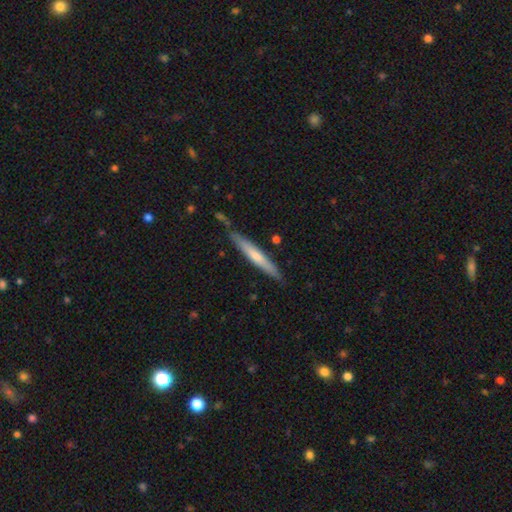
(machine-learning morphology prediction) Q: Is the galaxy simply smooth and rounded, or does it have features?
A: smooth — 52%.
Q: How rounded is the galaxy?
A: cigar-shaped — 95%.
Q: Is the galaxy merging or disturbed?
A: none — 81%.